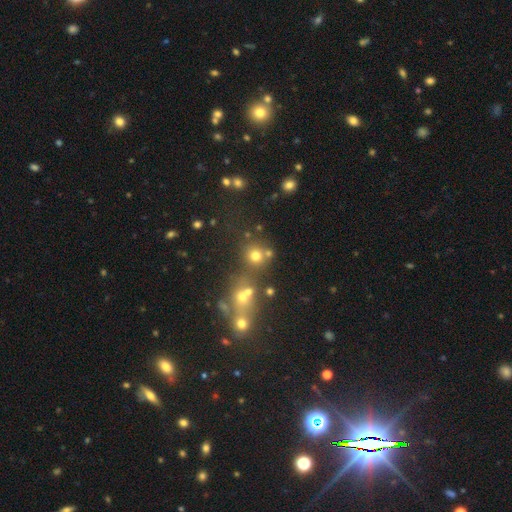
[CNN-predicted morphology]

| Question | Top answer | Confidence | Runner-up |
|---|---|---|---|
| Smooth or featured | smooth | 70% | star or artifact (21%) |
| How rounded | round | 89% | in between (10%) |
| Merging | none | 65% | merger (20%) |